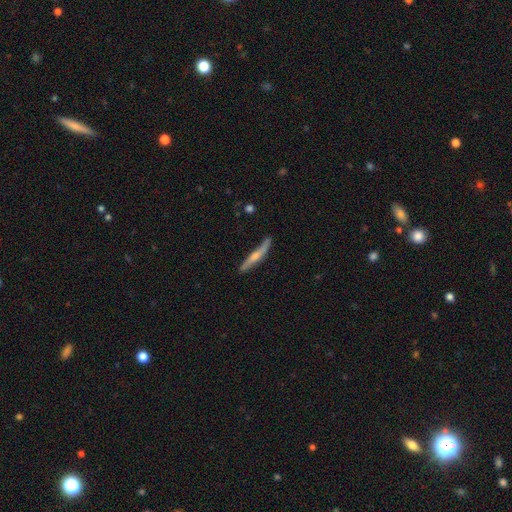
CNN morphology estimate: Smooth or featured? Predicted: featured or disk (p=0.52). Edge-on disk? Predicted: yes (p=0.88). Merging? Predicted: none (p=0.77).